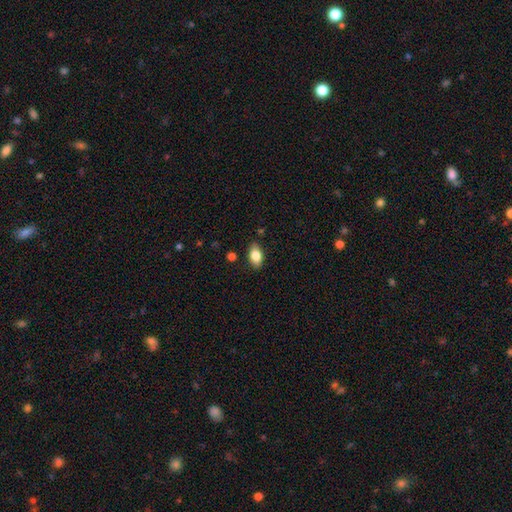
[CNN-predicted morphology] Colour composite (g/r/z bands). It shows a smooth galaxy with no disk features (82%) that is in between round and cigar-shaped (90%). Merging: none (84%).